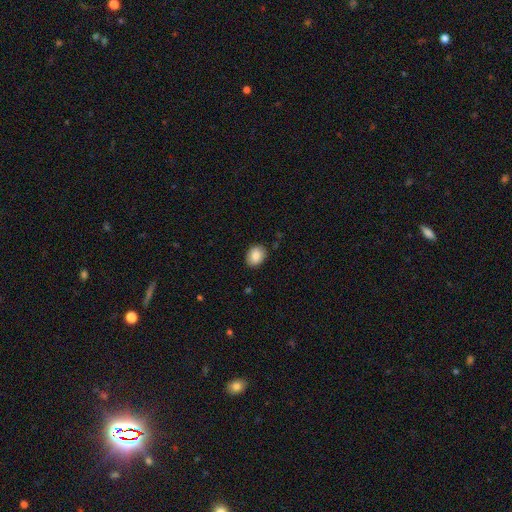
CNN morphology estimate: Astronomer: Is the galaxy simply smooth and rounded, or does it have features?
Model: smooth — 86%.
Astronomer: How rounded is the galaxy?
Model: in between — 66%.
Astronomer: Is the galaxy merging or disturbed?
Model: none — 85%.